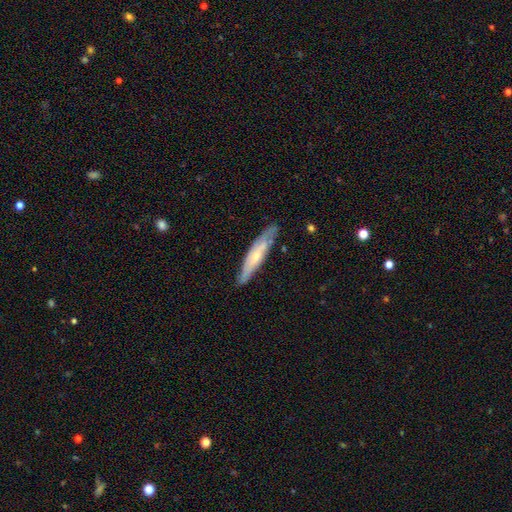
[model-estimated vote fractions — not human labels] featured or disk 55%, smooth 39%, star or artifact 6%. Down the decision tree: edge-on disk — yes (61%); merging — none (75%).